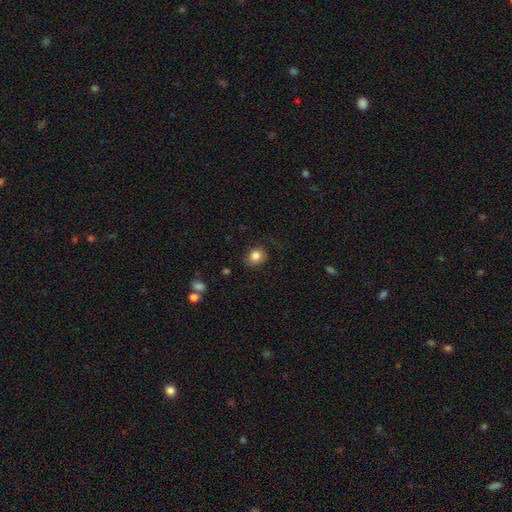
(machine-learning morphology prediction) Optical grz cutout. It shows a smooth galaxy with no disk features (84%) that is round (70%). Merging: none (76%).